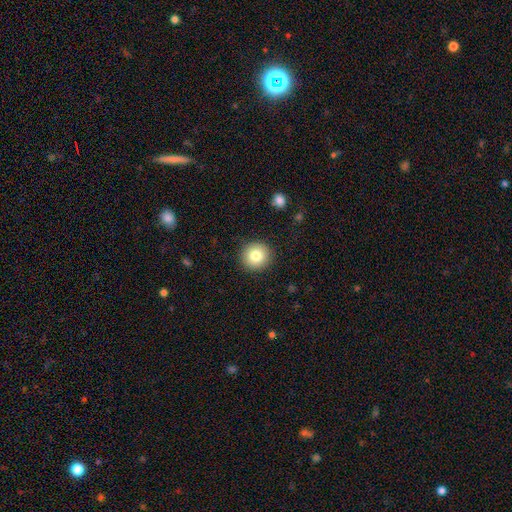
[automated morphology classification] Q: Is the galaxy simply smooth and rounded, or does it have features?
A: smooth — 82%.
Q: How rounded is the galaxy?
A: round — 93%.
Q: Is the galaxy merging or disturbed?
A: none — 91%.